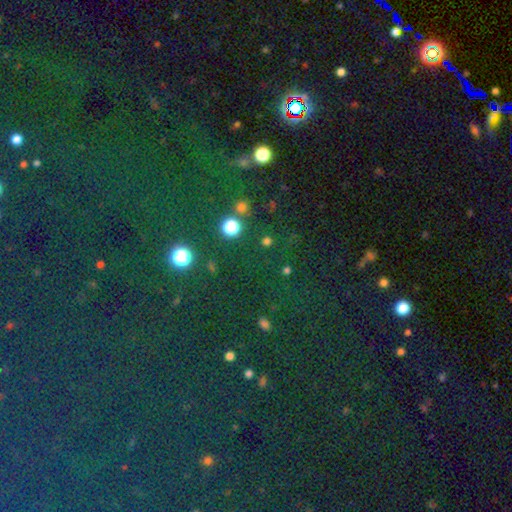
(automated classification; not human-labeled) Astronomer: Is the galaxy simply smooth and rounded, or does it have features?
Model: star or artifact — 76%.